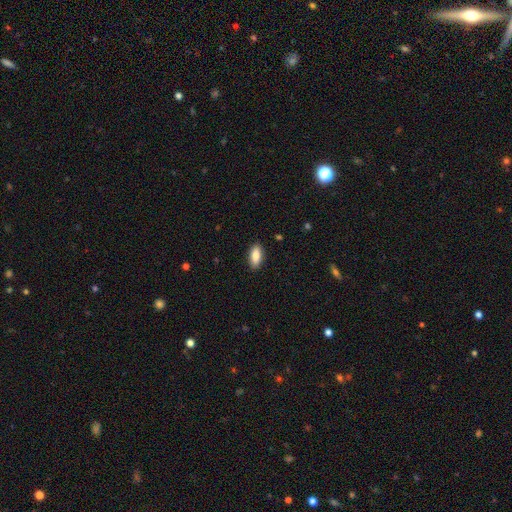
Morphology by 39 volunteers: A smooth galaxy with no disk features (90%) that is in between round and cigar-shaped (89%).

Vote fractions:
- Smooth or featured? smooth: 90% / star or artifact: 8% / featured or disk: 3%
- How rounded? in between: 89% / cigar-shaped: 11% / round: 0%
- Merging? none: 83% / minor disturbance: 17% / major disturbance: 0% / merger: 0%